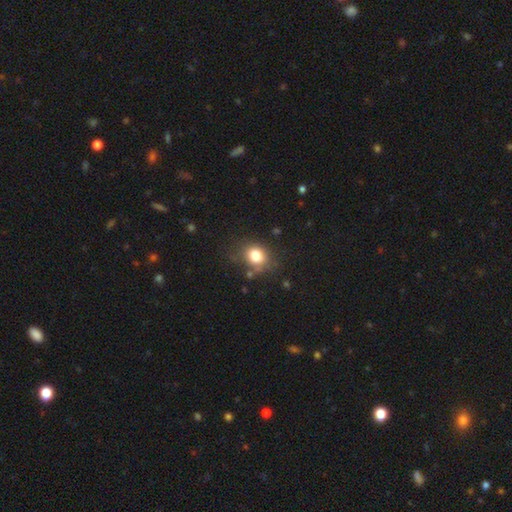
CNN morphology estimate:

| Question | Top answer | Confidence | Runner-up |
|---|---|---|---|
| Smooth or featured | smooth | 79% | star or artifact (11%) |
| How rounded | round | 58% | in between (41%) |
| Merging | none | 69% | minor disturbance (19%) |